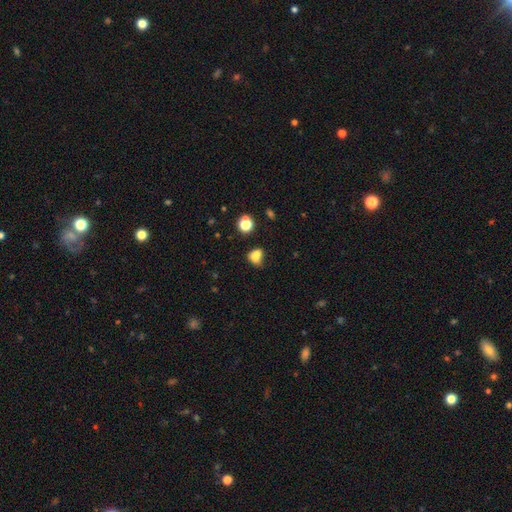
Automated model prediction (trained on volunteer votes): Smooth or featured?
  - smooth: 78% *
  - star or artifact: 14%
  - featured or disk: 8%
How rounded?
  - in between: 56% *
  - round: 43%
  - cigar-shaped: 1%
Merging?
  - none: 47% *
  - minor disturbance: 26%
  - merger: 16%
  - major disturbance: 10%